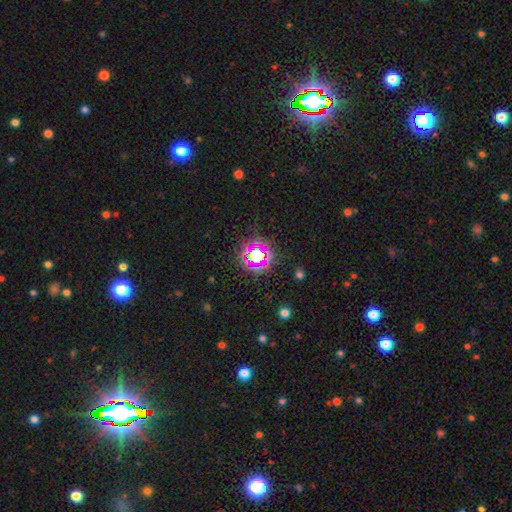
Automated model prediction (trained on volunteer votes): Overall: star or artifact (69%).